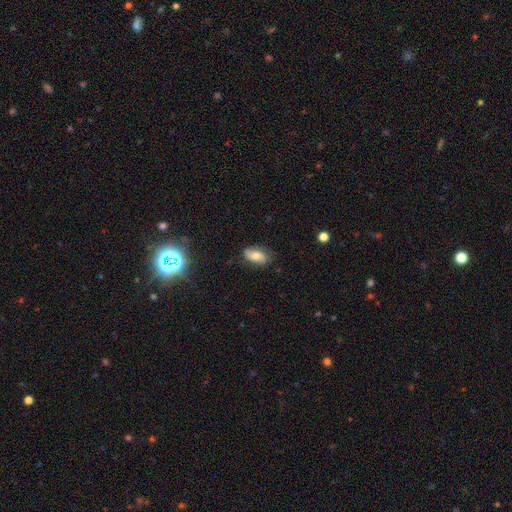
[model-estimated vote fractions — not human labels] Smooth or featured?
  - smooth: 63% *
  - featured or disk: 27%
  - star or artifact: 9%
How rounded?
  - in between: 91% *
  - round: 6%
  - cigar-shaped: 4%
Merging?
  - none: 71% *
  - minor disturbance: 22%
  - major disturbance: 6%
  - merger: 2%